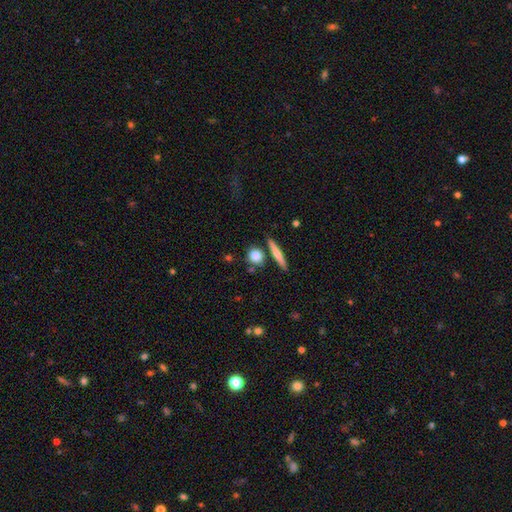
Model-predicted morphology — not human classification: Smooth or featured?
  - smooth: 80% *
  - featured or disk: 12%
  - star or artifact: 8%
How rounded?
  - round: 73% *
  - in between: 16%
  - cigar-shaped: 12%
Merging?
  - none: 77% *
  - merger: 11%
  - minor disturbance: 10%
  - major disturbance: 3%